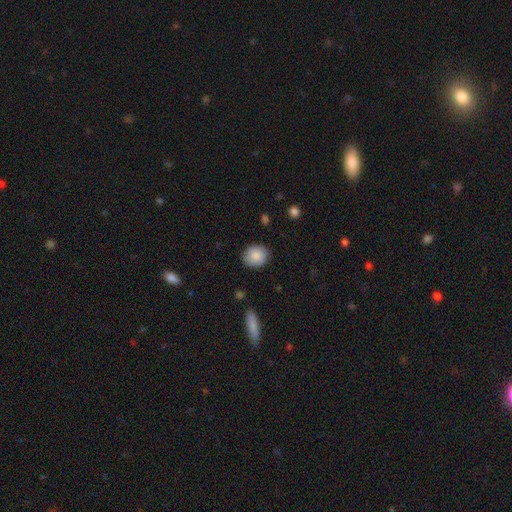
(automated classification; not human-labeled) smooth_or_featured: smooth (p=0.86) [alt: star or artifact p=0.07]
how_rounded: round (p=0.76) [alt: in between p=0.23]
merging: none (p=0.86) [alt: minor disturbance p=0.10]